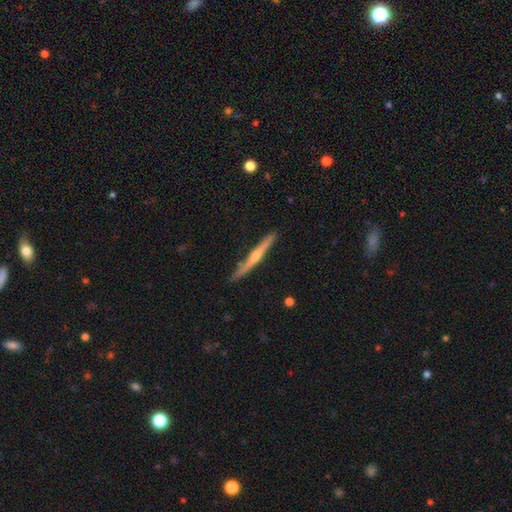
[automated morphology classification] A featured or disk galaxy (70%) viewed edge-on (97%) with a rounded central bulge (78%). Merging: none (88%).